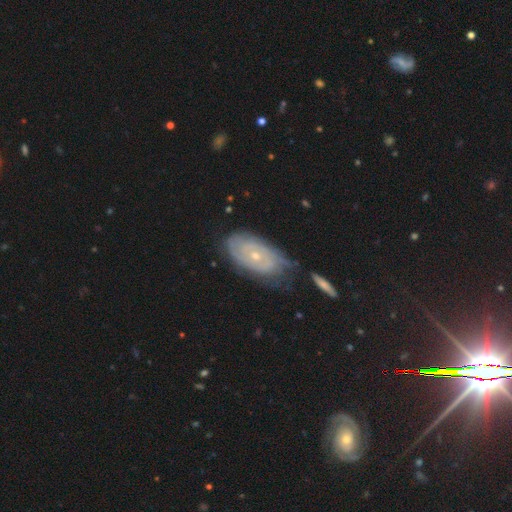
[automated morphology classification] Q: Smooth or featured?
A: featured or disk (75%); runner-up: smooth (18%)
Q: Edge-on disk?
A: no (94%); runner-up: yes (6%)
Q: Bar?
A: no (80%); runner-up: weak (17%)
Q: Spiral arms?
A: yes (85%); runner-up: no (15%)
Q: Spiral winding?
A: tight (78%); runner-up: medium (17%)
Q: Spiral arm count?
A: can't tell (55%); runner-up: 2 (21%)
Q: Bulge size?
A: small (69%); runner-up: moderate (28%)
Q: Merging?
A: none (62%); runner-up: minor disturbance (24%)